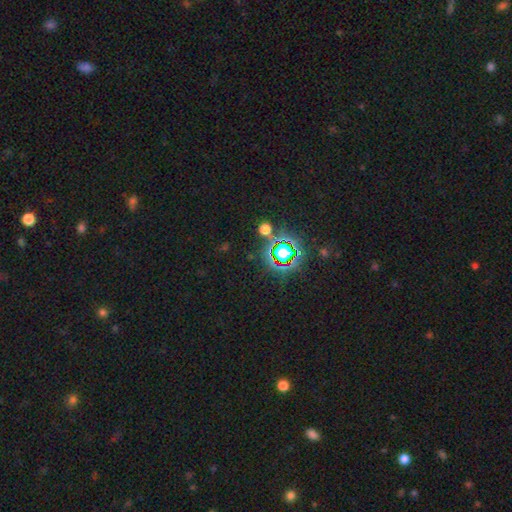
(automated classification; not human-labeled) smooth-or-featured: star or artifact: 76% | smooth: 15% | featured or disk: 8%